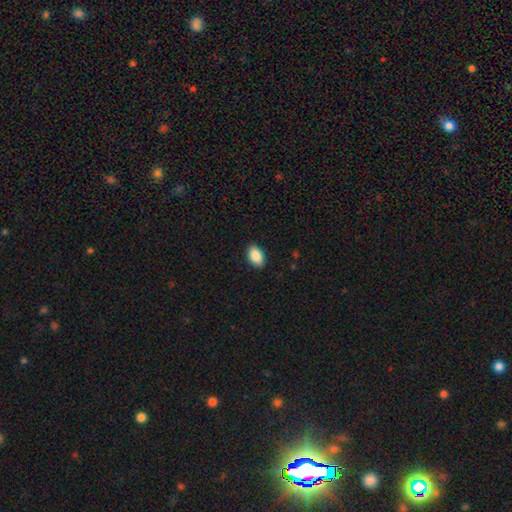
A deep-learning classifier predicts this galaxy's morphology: smooth-or-featured: smooth: 89% | star or artifact: 7% | featured or disk: 4%
  how-rounded: in between: 91% | round: 7% | cigar-shaped: 1%
  merging: none: 90% | minor disturbance: 8% | major disturbance: 2% | merger: 1%